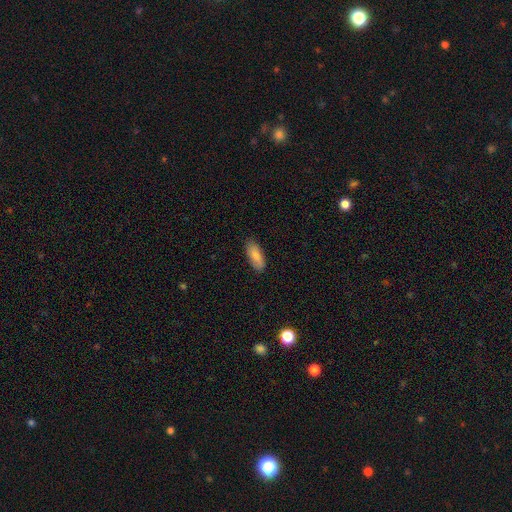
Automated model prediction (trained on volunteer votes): Q: Smooth or featured?
A: smooth (86%); runner-up: featured or disk (8%)
Q: How rounded?
A: in between (75%); runner-up: cigar-shaped (24%)
Q: Merging?
A: none (87%); runner-up: minor disturbance (10%)